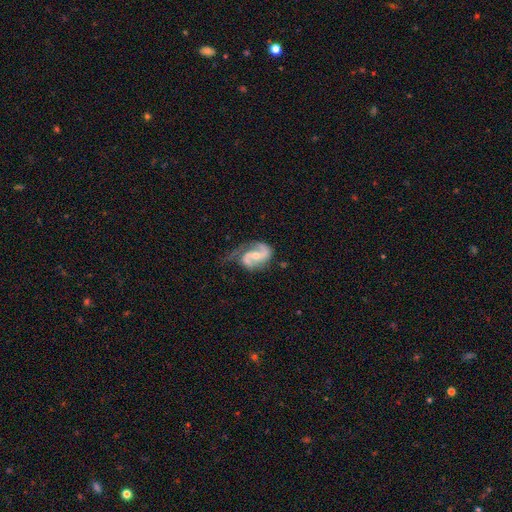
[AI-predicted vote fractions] The model was most divided on "bar": weak: 42%, no: 41%, strong: 18%. Remaining: edge-on disk — no (98%); spiral arms — yes (96%); spiral arm count — 2 (87%); smooth or featured — featured or disk (86%); bulge size — moderate (56%); spiral winding — medium (49%); merging — none (47%).